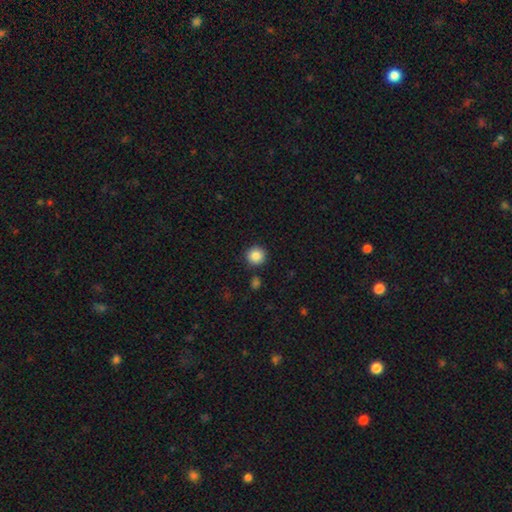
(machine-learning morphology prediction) A smooth galaxy with no disk features (86%) that is round (95%). Merging: none (90%).